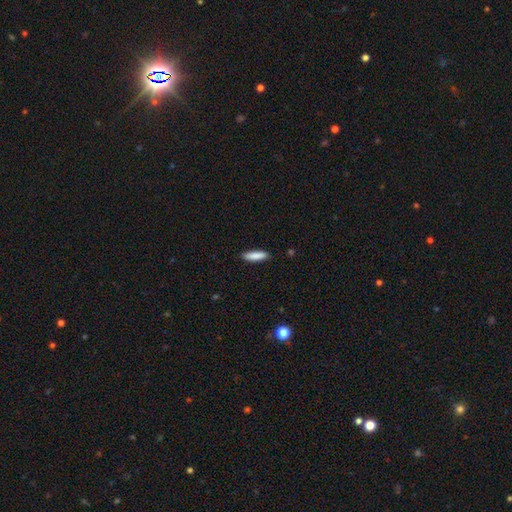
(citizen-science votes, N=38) Overall: smooth (84%). How rounded: cigar-shaped (66%; in between 31%). Merging: none (91%).